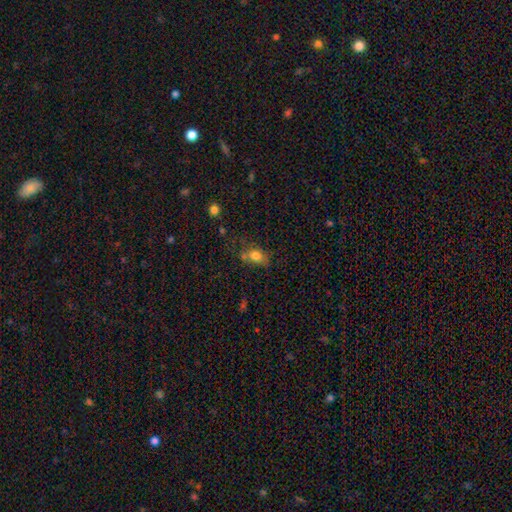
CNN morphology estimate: This appears to be a smooth galaxy with no disk features (78%) that is in between round and cigar-shaped (70%). Merging: none (53%).